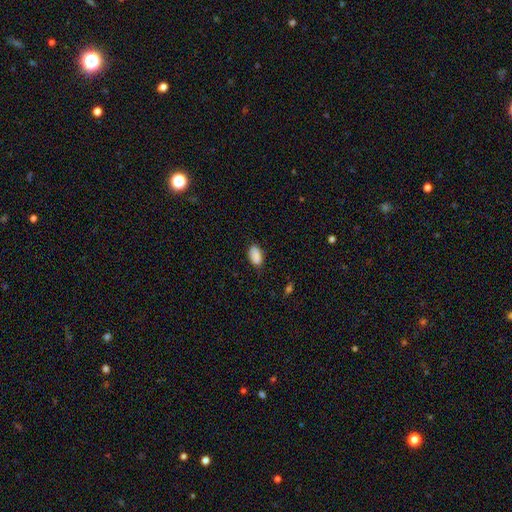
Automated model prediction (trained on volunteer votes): Q: Smooth or featured?
A: smooth (88%); runner-up: star or artifact (8%)
Q: How rounded?
A: in between (93%); runner-up: round (4%)
Q: Merging?
A: none (75%); runner-up: minor disturbance (20%)